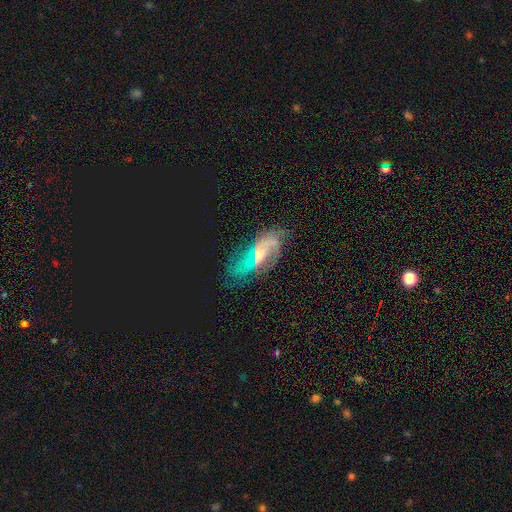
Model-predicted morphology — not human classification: A featured or disk galaxy (71%) with a weak bar (44%), 2 (49%) loose (39%) spiral arms (82%) and a small central bulge (49%).

Vote fractions:
- Smooth or featured? featured or disk: 71% / smooth: 15% / star or artifact: 14%
- Edge-on disk? no: 90% / yes: 10%
- Bar? weak: 44% / no: 39% / strong: 16%
- Spiral arms? yes: 82% / no: 18%
- Spiral winding? loose: 39% / medium: 37% / tight: 24%
- Spiral arm count? 2: 49% / can't tell: 27% / 1: 10% / 3: 7% / 4: 4% / more than 4: 4%
- Bulge size? small: 49% / moderate: 44% / none: 3% / large: 3% / dominant: 1%
- Merging? none: 59% / minor disturbance: 21% / major disturbance: 16% / merger: 4%